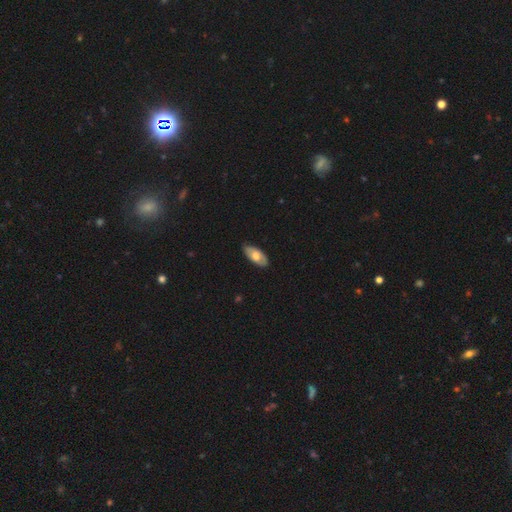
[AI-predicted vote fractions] The model was most divided on "smooth or featured": smooth: 64%, featured or disk: 31%, star or artifact: 5%. More confident: how rounded — in between (92%); merging — none (84%).